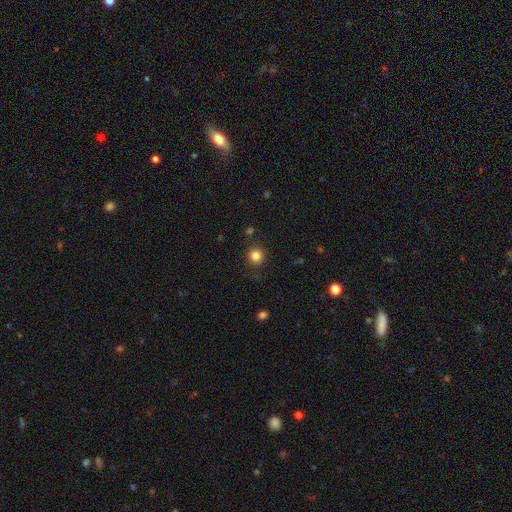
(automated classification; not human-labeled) smooth 83%, star or artifact 13%, featured or disk 4%. Down the decision tree: how rounded — round (93%); merging — none (87%).